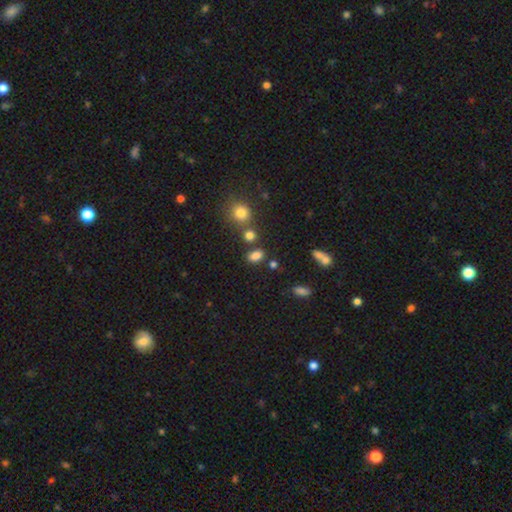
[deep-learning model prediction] A smooth galaxy with no disk features (81%) that is in between round and cigar-shaped (82%). Merging: none (71%).